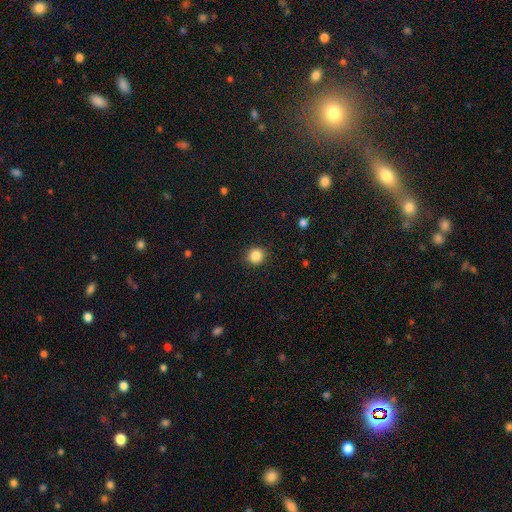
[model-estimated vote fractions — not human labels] smooth_or_featured: smooth (p=0.85) [alt: star or artifact p=0.10]
how_rounded: round (p=0.88) [alt: in between p=0.11]
merging: none (p=0.90) [alt: minor disturbance p=0.07]